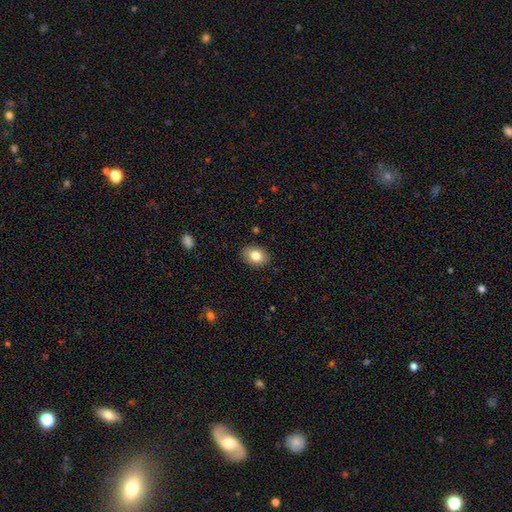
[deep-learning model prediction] smooth-or-featured: smooth: 83% | featured or disk: 9% | star or artifact: 8%
  how-rounded: in between: 75% | round: 24% | cigar-shaped: 1%
  merging: none: 87% | minor disturbance: 10% | major disturbance: 2% | merger: 1%